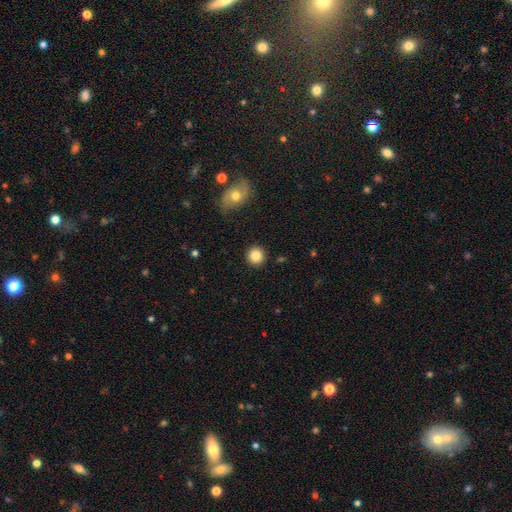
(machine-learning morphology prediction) A smooth galaxy with no disk features (85%) that is round (92%).

Vote fractions:
- Smooth or featured? smooth: 85% / star or artifact: 9% / featured or disk: 6%
- How rounded? round: 92% / in between: 7% / cigar-shaped: 1%
- Merging? none: 91% / minor disturbance: 6% / major disturbance: 2% / merger: 2%